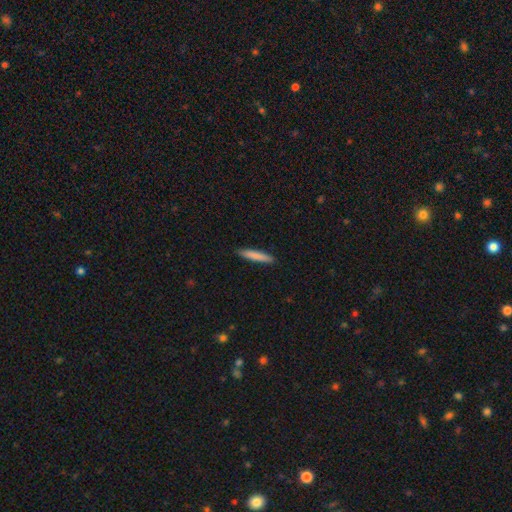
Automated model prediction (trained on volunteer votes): A smooth galaxy with no disk features (82%) that is cigar-shaped (93%). Merging: none (91%).